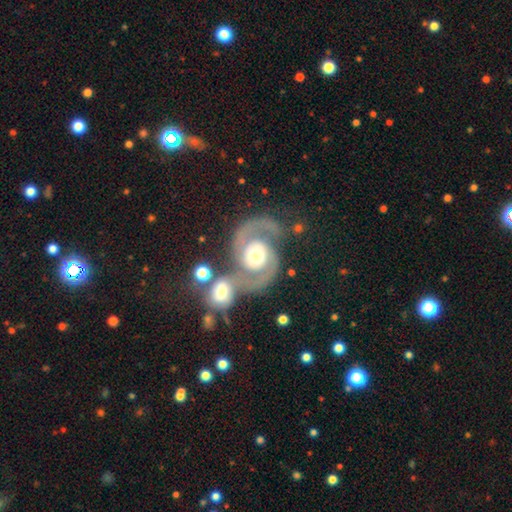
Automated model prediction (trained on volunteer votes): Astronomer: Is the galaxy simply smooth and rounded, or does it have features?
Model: featured or disk — 90%.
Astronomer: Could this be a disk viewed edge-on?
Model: no — 98%.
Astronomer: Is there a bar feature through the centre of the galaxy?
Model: no — 70%.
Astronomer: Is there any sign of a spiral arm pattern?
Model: yes — 97%.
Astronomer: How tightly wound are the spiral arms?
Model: medium — 55%.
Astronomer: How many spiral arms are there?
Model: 2 — 93%.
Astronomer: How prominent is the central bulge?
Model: moderate — 67%.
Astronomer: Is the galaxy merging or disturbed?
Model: merger — 41% (runner-up: none, 38%).